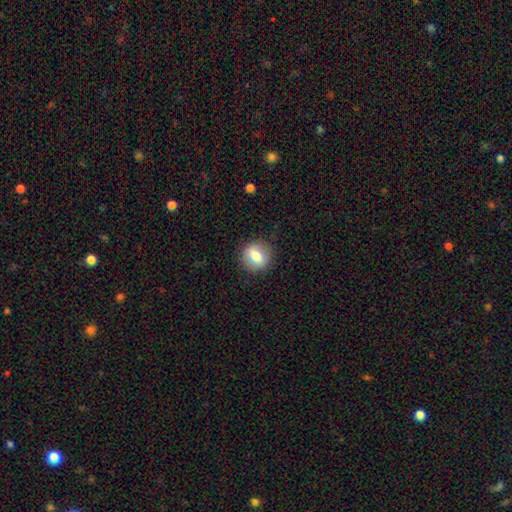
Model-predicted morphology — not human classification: type=smooth (71%); roundness=round (79%); merging=none (88%).